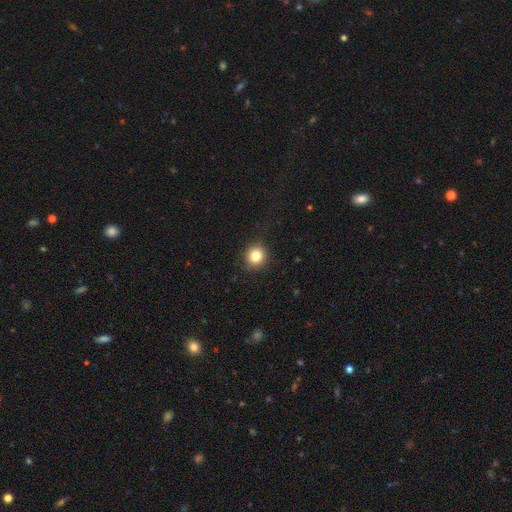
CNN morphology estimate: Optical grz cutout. It shows a smooth galaxy with no disk features (83%) that is round (90%). Merging: none (89%).